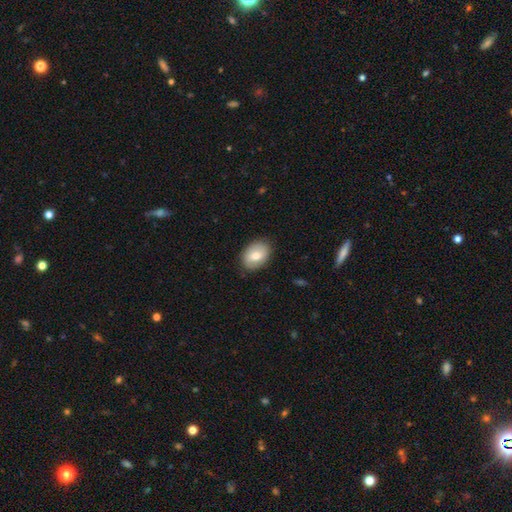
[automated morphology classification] A smooth galaxy with no disk features (68%) that is in between round and cigar-shaped (75%).

Vote fractions:
- Smooth or featured? smooth: 68% / featured or disk: 25% / star or artifact: 7%
- How rounded? in between: 75% / round: 24% / cigar-shaped: 1%
- Merging? none: 84% / minor disturbance: 12% / major disturbance: 3% / merger: 1%